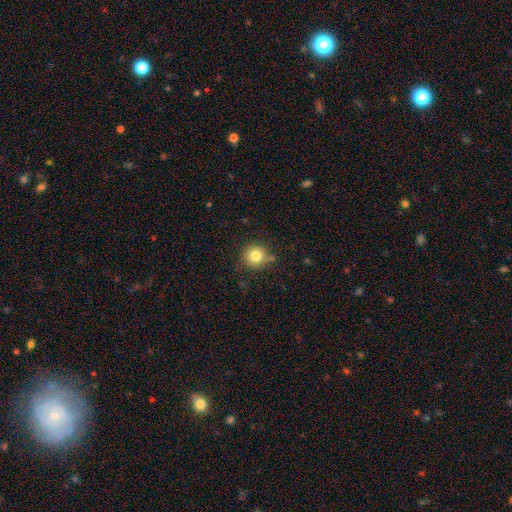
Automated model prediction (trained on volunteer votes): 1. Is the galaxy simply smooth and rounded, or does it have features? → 82% smooth, 11% star or artifact, 7% featured or disk.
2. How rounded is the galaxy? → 93% round, 6% in between, 1% cigar-shaped.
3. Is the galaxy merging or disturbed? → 81% none, 12% minor disturbance, 4% merger, 3% major disturbance.